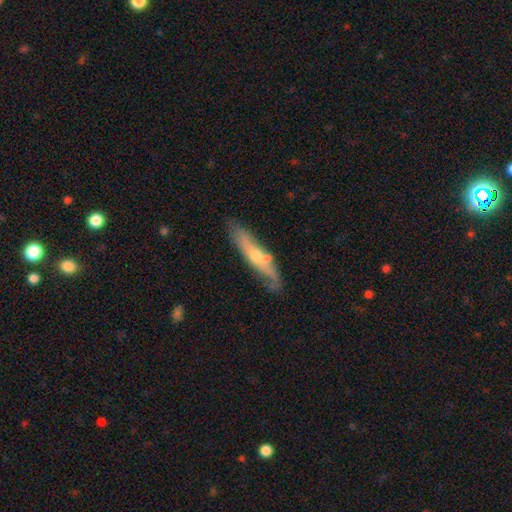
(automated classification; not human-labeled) Smooth or featured? featured or disk (58%)
Edge-on disk? yes (67%)
Merging? none (64%)